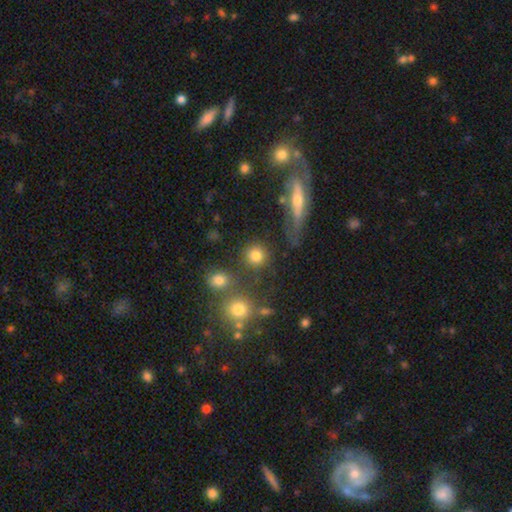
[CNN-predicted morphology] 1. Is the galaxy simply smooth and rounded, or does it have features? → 78% smooth, 13% star or artifact, 8% featured or disk.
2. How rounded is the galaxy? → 90% round, 8% in between, 2% cigar-shaped.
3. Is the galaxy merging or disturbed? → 73% none, 12% merger, 9% minor disturbance, 6% major disturbance.